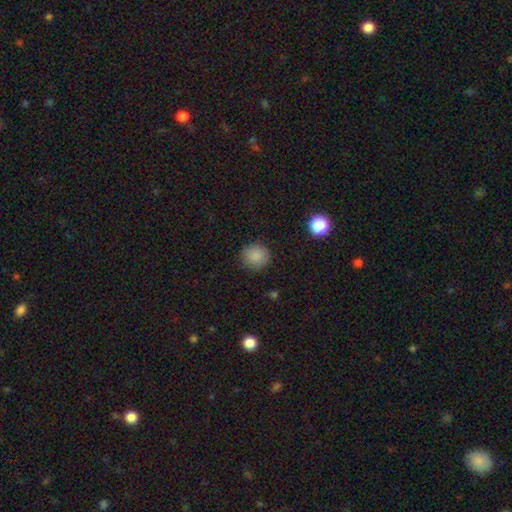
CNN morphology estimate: Overall: smooth (86%). How rounded: round (93%). Merging: none (89%).